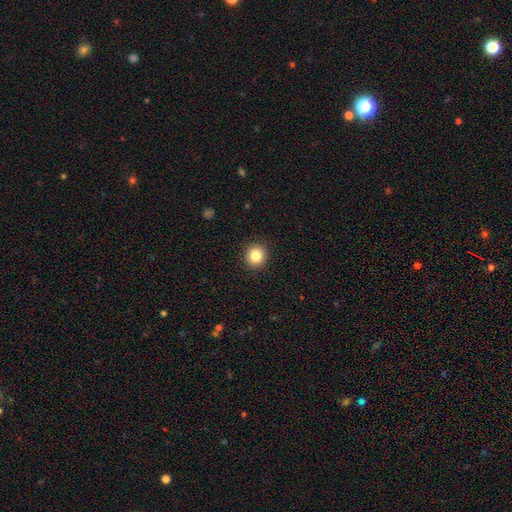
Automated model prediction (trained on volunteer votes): Overall: smooth (84%). How rounded: round (91%). Merging: none (92%).